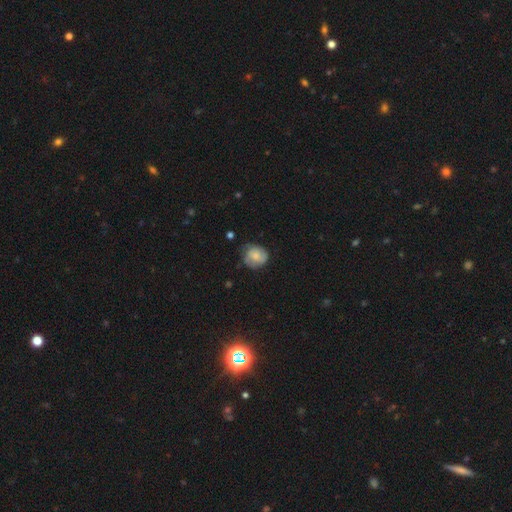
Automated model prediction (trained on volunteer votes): Morphology: type=smooth (61%); roundness=round (78%); merging=none (62%).